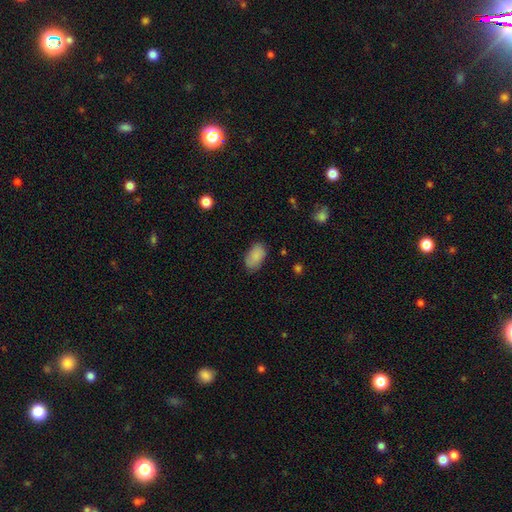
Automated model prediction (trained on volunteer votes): A smooth galaxy with no disk features (87%) that is in between round and cigar-shaped (93%).

Vote fractions:
- Smooth or featured? smooth: 87% / star or artifact: 7% / featured or disk: 6%
- How rounded? in between: 93% / round: 5% / cigar-shaped: 2%
- Merging? none: 76% / minor disturbance: 18% / major disturbance: 4% / merger: 1%